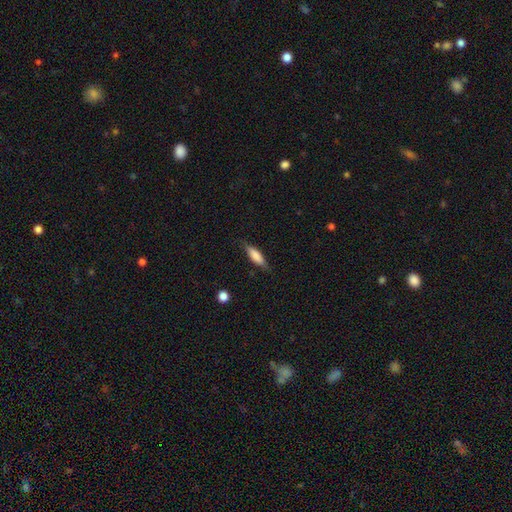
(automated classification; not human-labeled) smooth-or-featured: smooth: 72% | featured or disk: 21% | star or artifact: 7%
  how-rounded: cigar-shaped: 56% | in between: 42% | round: 2%
  merging: none: 78% | minor disturbance: 16% | major disturbance: 4% | merger: 1%